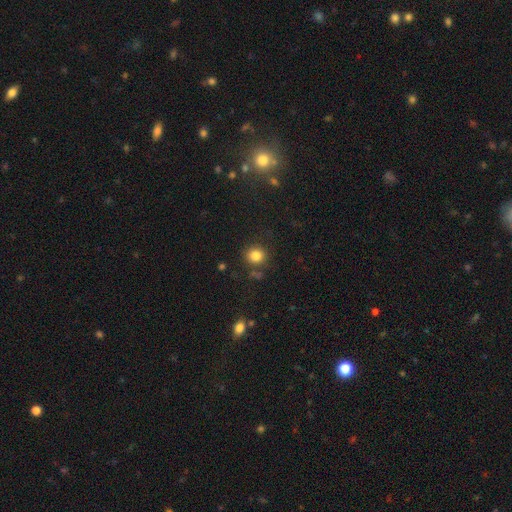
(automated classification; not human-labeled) A smooth galaxy with no disk features (82%) that is round (86%).

Vote fractions:
- Smooth or featured? smooth: 82% / star or artifact: 12% / featured or disk: 6%
- How rounded? round: 86% / in between: 13% / cigar-shaped: 1%
- Merging? none: 82% / minor disturbance: 9% / merger: 5% / major disturbance: 4%